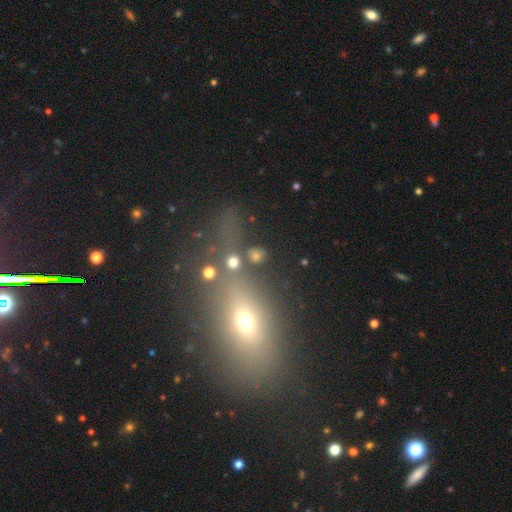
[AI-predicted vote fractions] Smooth or featured? Predicted: smooth (p=0.56). How rounded? Predicted: round (p=0.48). Merging? Predicted: none (p=0.55).